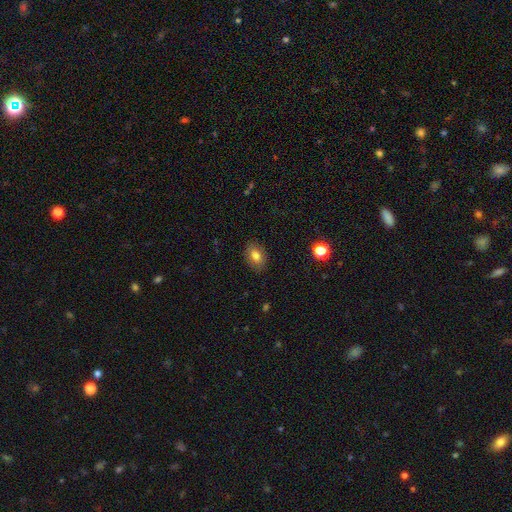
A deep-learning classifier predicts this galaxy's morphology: A smooth galaxy with no disk features (79%) that is in between round and cigar-shaped (82%).

Vote fractions:
- Smooth or featured? smooth: 79% / featured or disk: 12% / star or artifact: 9%
- How rounded? in between: 82% / round: 16% / cigar-shaped: 1%
- Merging? none: 85% / minor disturbance: 11% / major disturbance: 3% / merger: 1%